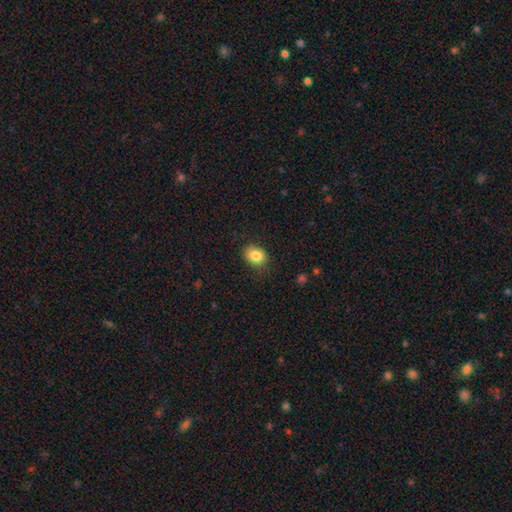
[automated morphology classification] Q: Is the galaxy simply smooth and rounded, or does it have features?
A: smooth — 84%.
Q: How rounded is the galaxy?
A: in between — 55%.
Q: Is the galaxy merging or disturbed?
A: none — 83%.